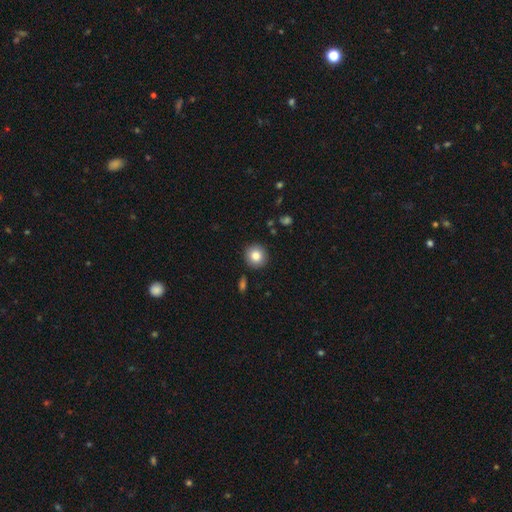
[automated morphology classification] Smooth or featured?
  - smooth: 84% *
  - star or artifact: 9%
  - featured or disk: 7%
How rounded?
  - round: 92% *
  - in between: 7%
  - cigar-shaped: 1%
Merging?
  - none: 90% *
  - minor disturbance: 6%
  - major disturbance: 2%
  - merger: 2%